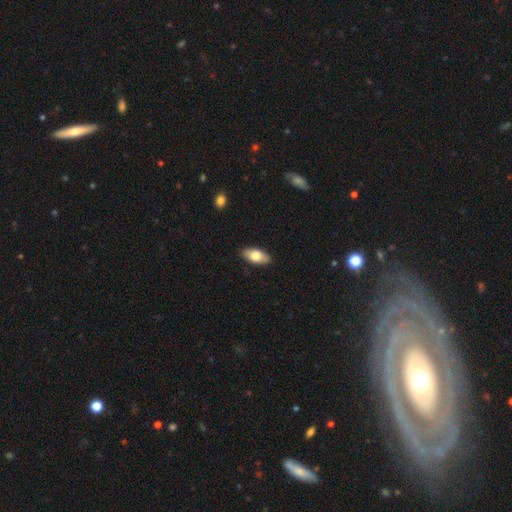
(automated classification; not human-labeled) Overall: smooth (75%). How rounded: in between (90%). Merging: none (89%).